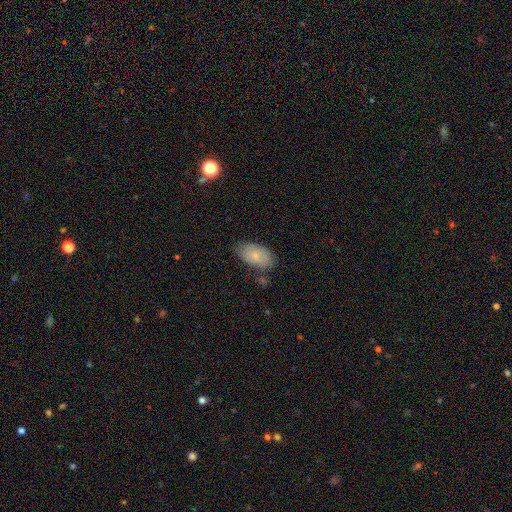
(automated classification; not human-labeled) Smooth or featured?
  - smooth: 78% *
  - featured or disk: 15%
  - star or artifact: 7%
How rounded?
  - in between: 94% *
  - round: 4%
  - cigar-shaped: 2%
Merging?
  - none: 70% *
  - minor disturbance: 21%
  - merger: 5%
  - major disturbance: 4%